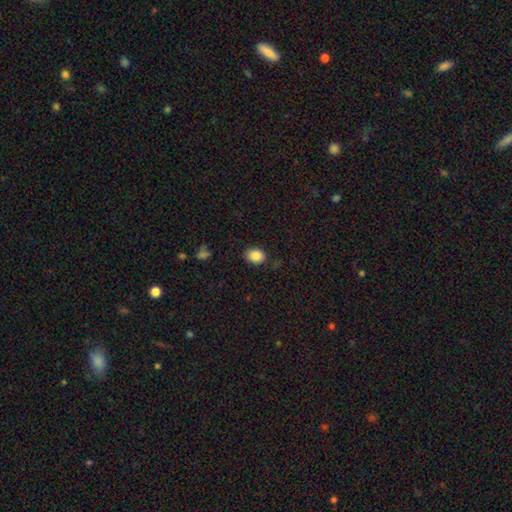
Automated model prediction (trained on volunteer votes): Morphology: type=smooth (87%); roundness=in between (62%); merging=none (81%).